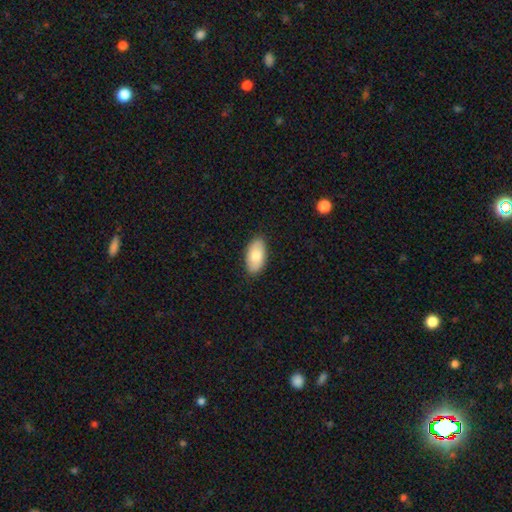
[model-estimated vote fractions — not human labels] smooth_or_featured: smooth (p=0.79) [alt: featured or disk p=0.16]
how_rounded: in between (p=0.95) [alt: round p=0.03]
merging: none (p=0.87) [alt: minor disturbance p=0.10]